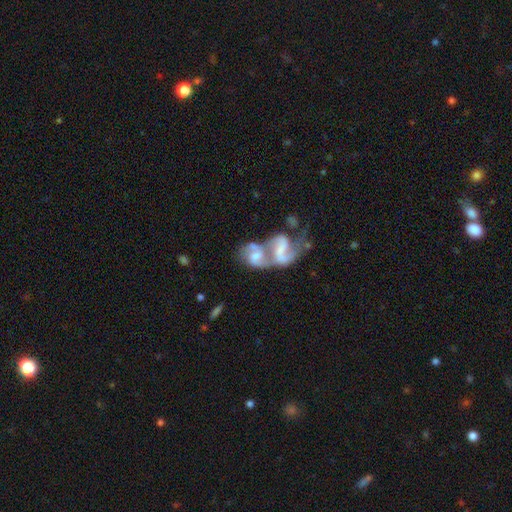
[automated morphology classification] A featured or disk galaxy (70%) with no bar (46%), 2 (72%) loose (47%) spiral arms (81%) and a moderate central bulge (38%). Merging: merger (77%).